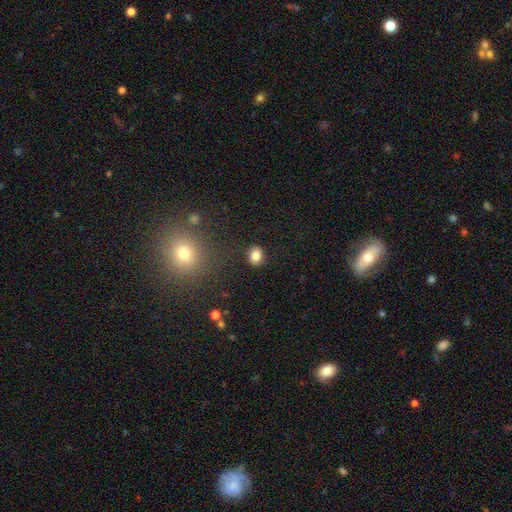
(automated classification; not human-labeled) This appears to be a smooth galaxy with no disk features (83%) that is round (58%). Merging: none (88%).